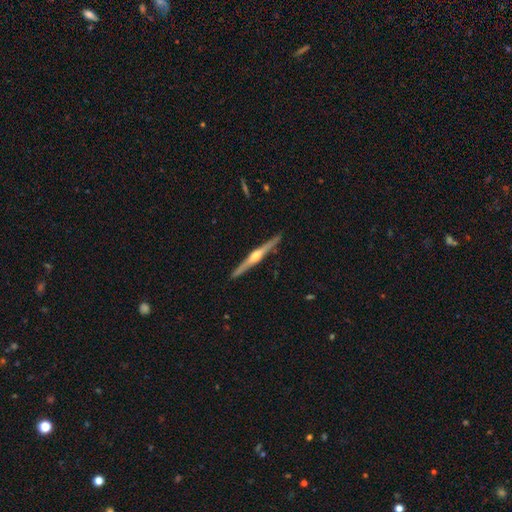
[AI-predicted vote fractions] This is clearly a featured or disk galaxy (80%). It is clearly viewed edge-on (99%). Edge-on bulge: clearly rounded (91%). Merging: clearly none (92%).